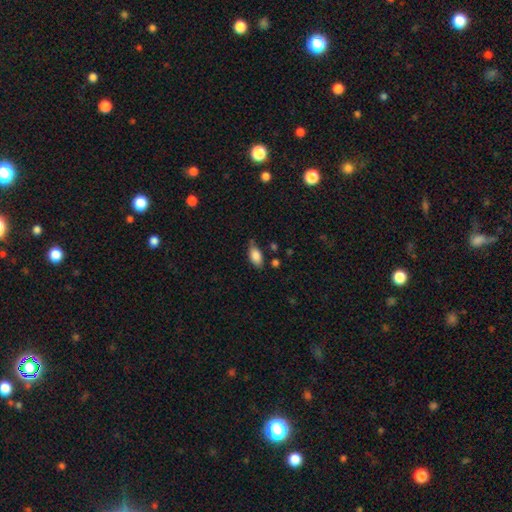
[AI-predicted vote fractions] Smooth or featured?
  - smooth: 85% *
  - featured or disk: 8%
  - star or artifact: 7%
How rounded?
  - in between: 91% *
  - cigar-shaped: 5%
  - round: 4%
Merging?
  - none: 62% *
  - minor disturbance: 28%
  - major disturbance: 6%
  - merger: 4%